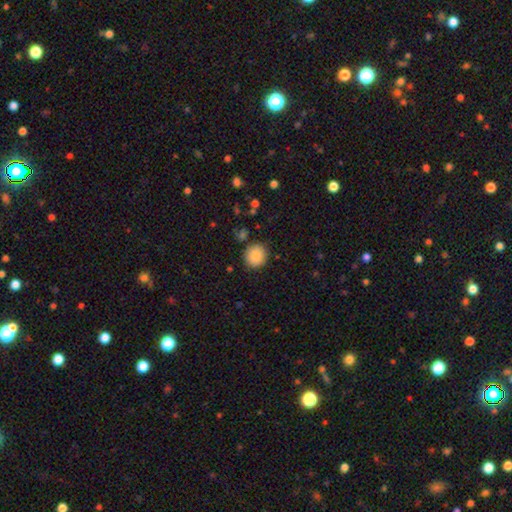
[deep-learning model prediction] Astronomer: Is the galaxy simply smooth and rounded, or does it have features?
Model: smooth — 87%.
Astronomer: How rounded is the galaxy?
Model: round — 90%.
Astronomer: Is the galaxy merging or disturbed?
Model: none — 88%.